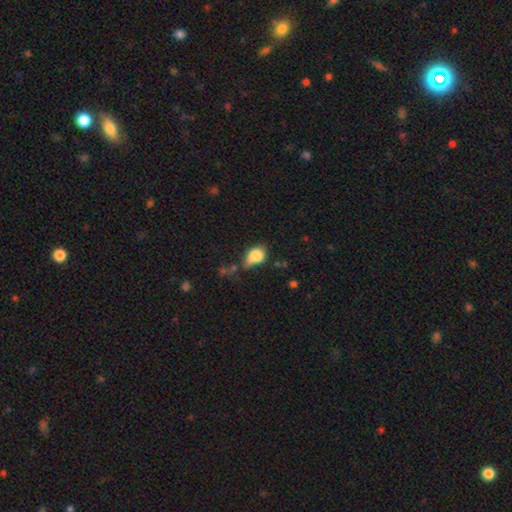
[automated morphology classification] smooth-or-featured: smooth: 74% | featured or disk: 15% | star or artifact: 10%
  how-rounded: in between: 75% | round: 22% | cigar-shaped: 3%
  merging: minor disturbance: 31% | major disturbance: 26% | none: 24% | merger: 20%